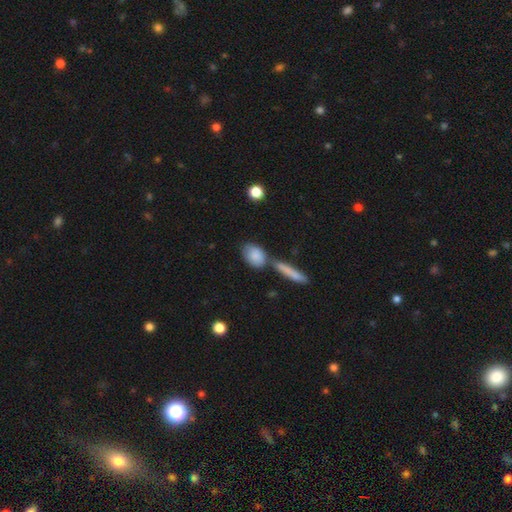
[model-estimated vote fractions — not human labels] Smooth or featured?
  - smooth: 82% *
  - featured or disk: 12%
  - star or artifact: 6%
How rounded?
  - in between: 73% *
  - round: 18%
  - cigar-shaped: 9%
Merging?
  - none: 55% *
  - merger: 25%
  - minor disturbance: 15%
  - major disturbance: 5%